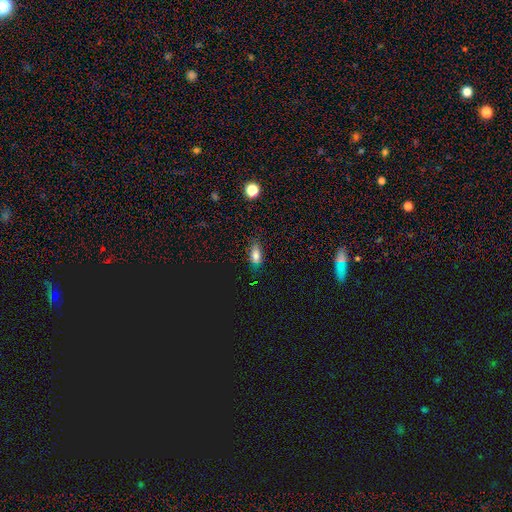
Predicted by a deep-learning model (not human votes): smooth_or_featured: smooth (p=0.71) [alt: star or artifact p=0.19]
how_rounded: in between (p=0.80) [alt: cigar-shaped p=0.12]
merging: none (p=0.80) [alt: minor disturbance p=0.14]